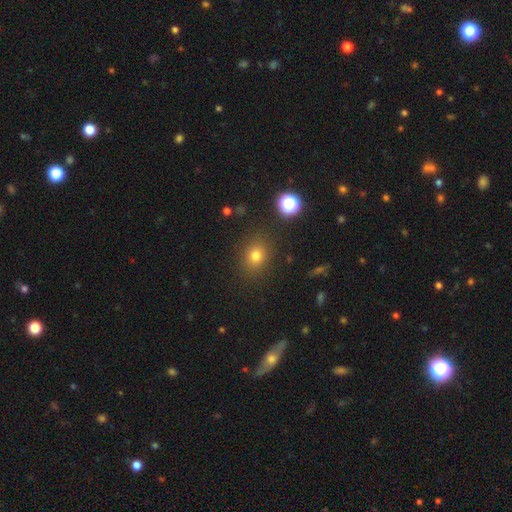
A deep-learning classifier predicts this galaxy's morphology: smooth 75%, star or artifact 17%, featured or disk 8%. Down the decision tree: how rounded — round (63%); merging — none (86%).